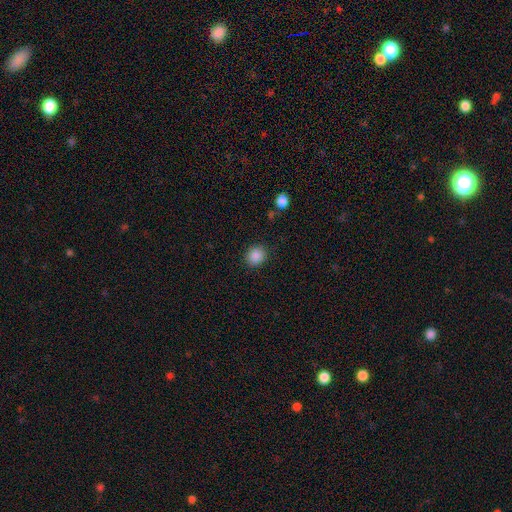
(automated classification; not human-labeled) A smooth galaxy with no disk features (88%) that is round (79%). Merging: none (88%).